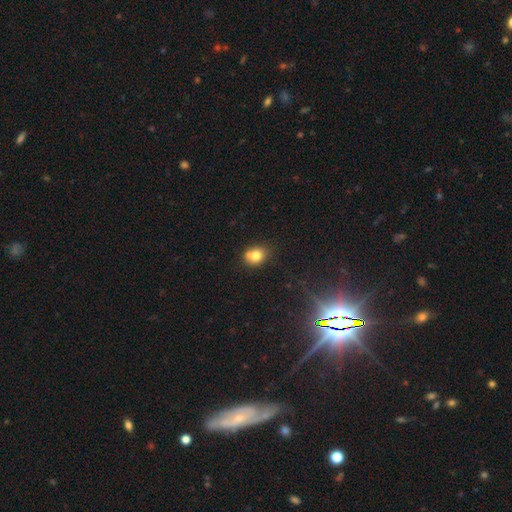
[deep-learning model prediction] The model was most divided on "how rounded": round: 58%, in between: 41%, cigar-shaped: 1%. More confident: smooth or featured — smooth (78%); merging — none (64%).